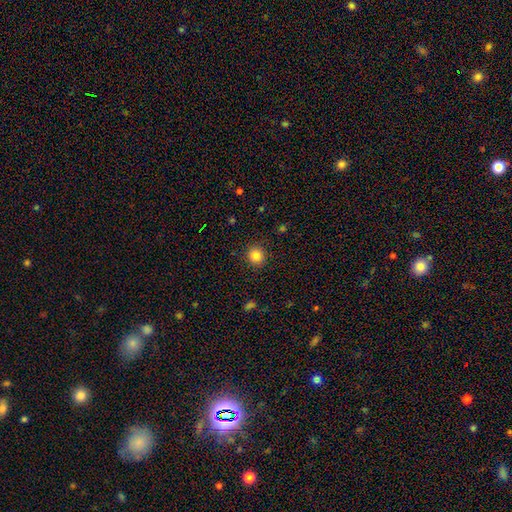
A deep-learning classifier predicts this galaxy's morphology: The model was most divided on "smooth or featured": smooth: 85%, star or artifact: 11%, featured or disk: 4%. More confident: merging — none (90%); how rounded — round (89%).